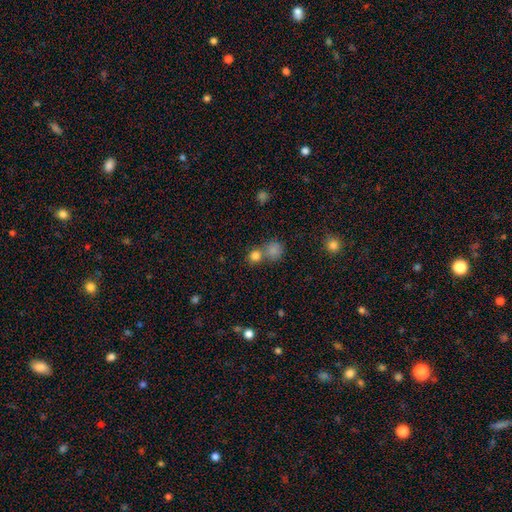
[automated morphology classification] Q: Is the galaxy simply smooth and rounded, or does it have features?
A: smooth — 80%.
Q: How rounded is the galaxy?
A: round — 86%.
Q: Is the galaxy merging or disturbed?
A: none — 54%.